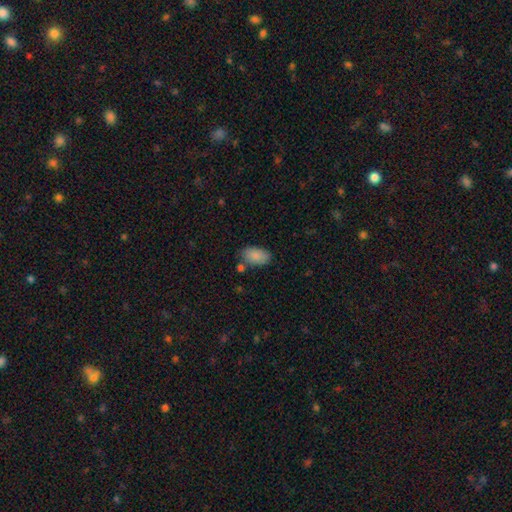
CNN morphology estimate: A smooth galaxy with no disk features (88%) that is in between round and cigar-shaped (94%). Merging: none (72%).